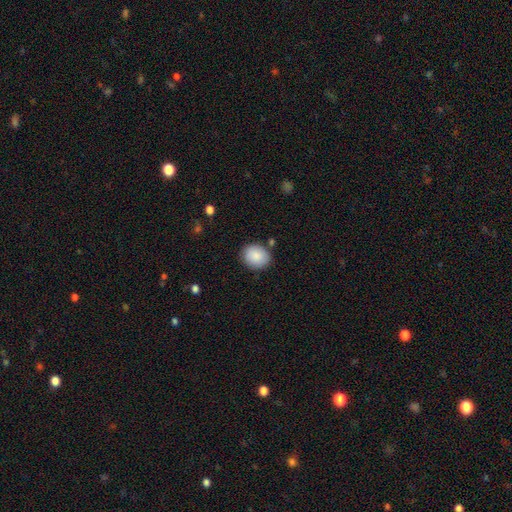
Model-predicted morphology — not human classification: Smooth or featured? Predicted: smooth (p=0.88). How rounded? Predicted: round (p=0.58). Merging? Predicted: none (p=0.84).